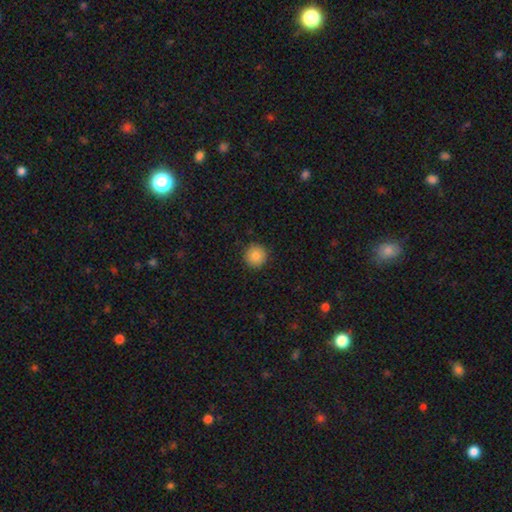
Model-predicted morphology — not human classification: Smooth or featured? Predicted: smooth (p=0.85). How rounded? Predicted: round (p=0.95). Merging? Predicted: none (p=0.91).